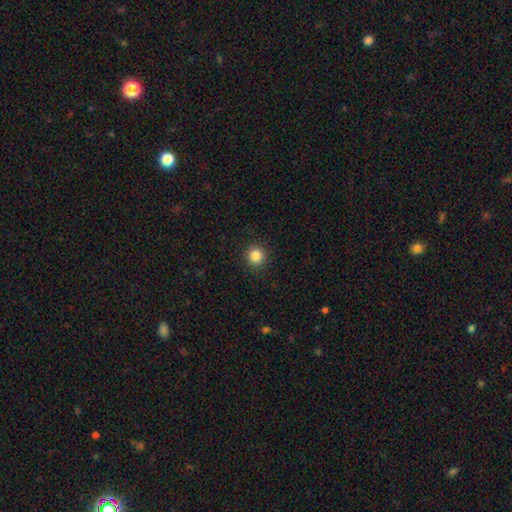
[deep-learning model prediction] Overall: smooth (85%). How rounded: round (94%). Merging: none (91%).